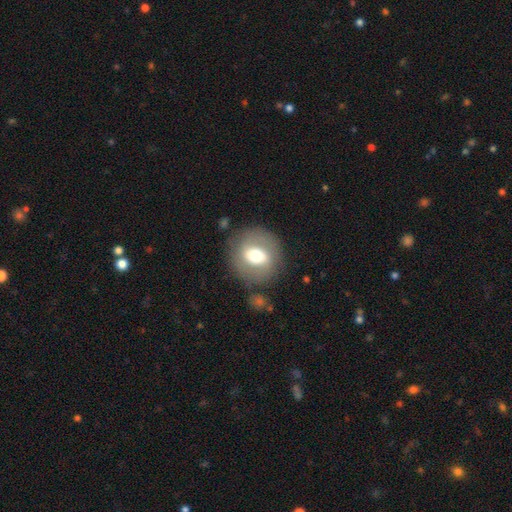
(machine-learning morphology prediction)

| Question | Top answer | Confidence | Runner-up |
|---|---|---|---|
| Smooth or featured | smooth | 53% | featured or disk (39%) |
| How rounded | round | 80% | in between (19%) |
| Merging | none | 79% | minor disturbance (12%) |